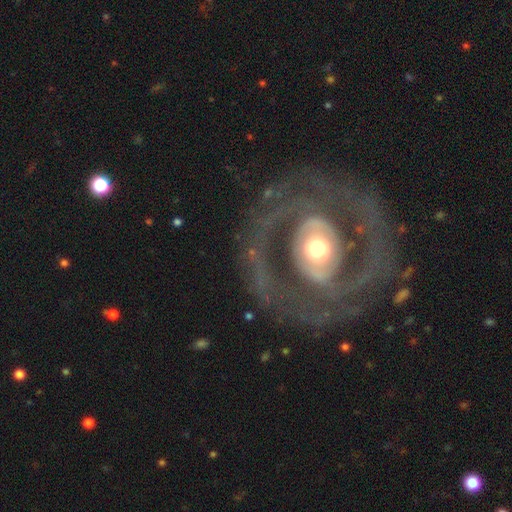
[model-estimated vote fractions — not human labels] This appears to be a featured or disk galaxy (84%) with no bar (51%), 2 (67%) tight (52%) spiral arms (78%) and a moderate central bulge (60%). Merging: none (79%).